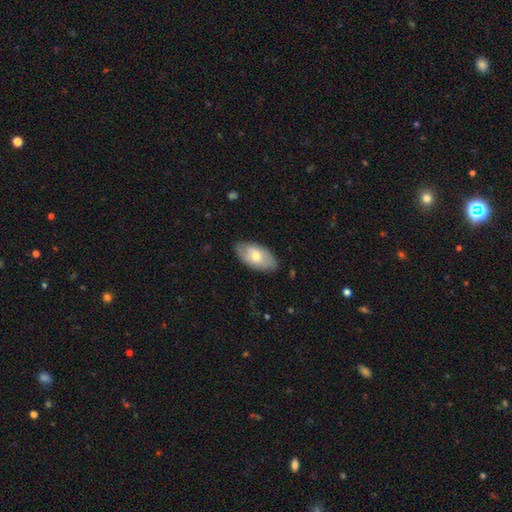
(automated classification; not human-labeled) A smooth galaxy with no disk features (59%) that is in between round and cigar-shaped (94%).

Vote fractions:
- Smooth or featured? smooth: 59% / featured or disk: 35% / star or artifact: 6%
- How rounded? in between: 94% / round: 3% / cigar-shaped: 3%
- Merging? none: 80% / minor disturbance: 16% / major disturbance: 3% / merger: 1%